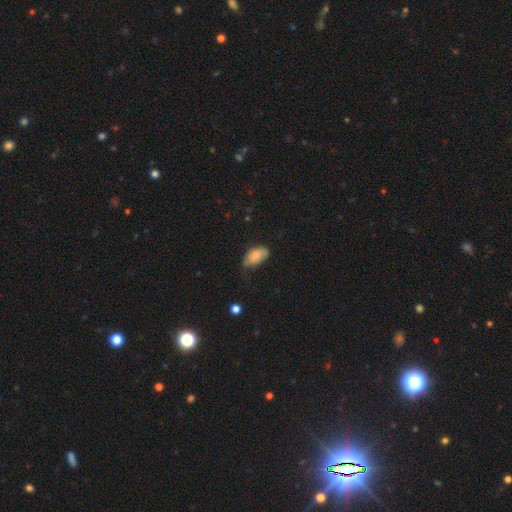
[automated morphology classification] Q: Smooth or featured?
A: smooth (82%); runner-up: featured or disk (10%)
Q: How rounded?
A: in between (93%); runner-up: round (4%)
Q: Merging?
A: none (49%); runner-up: minor disturbance (39%)